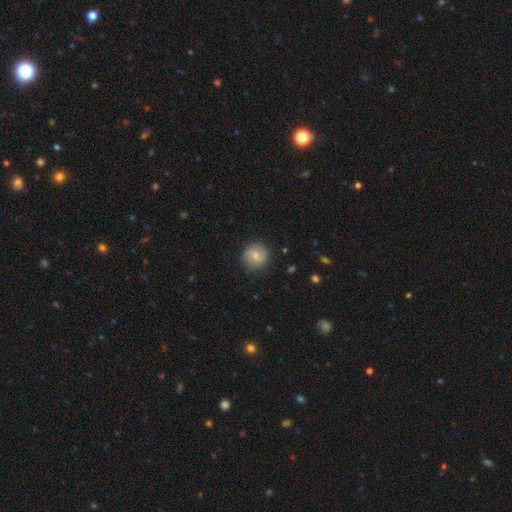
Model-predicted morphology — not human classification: type=featured or disk (48%); merging=none (84%).